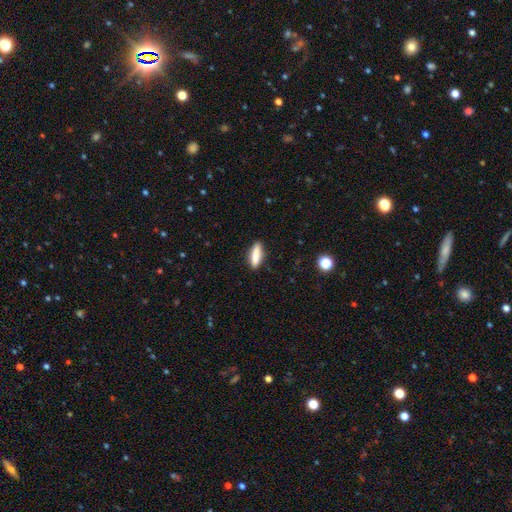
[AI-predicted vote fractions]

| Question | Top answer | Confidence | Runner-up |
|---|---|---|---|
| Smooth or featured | smooth | 82% | featured or disk (11%) |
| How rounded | cigar-shaped | 56% | in between (42%) |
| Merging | none | 88% | minor disturbance (9%) |